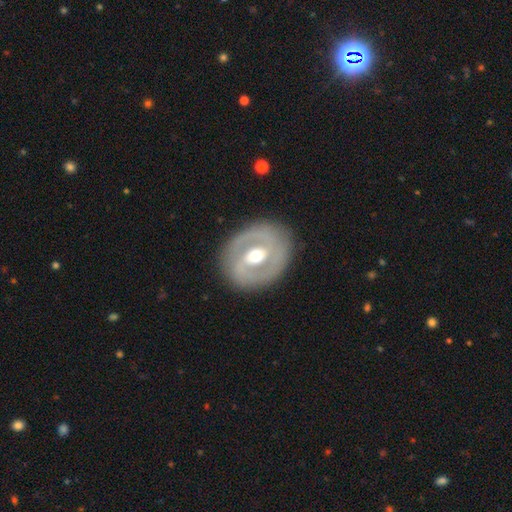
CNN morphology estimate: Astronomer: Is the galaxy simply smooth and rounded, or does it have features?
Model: featured or disk — 77%.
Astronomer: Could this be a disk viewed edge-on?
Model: no — 96%.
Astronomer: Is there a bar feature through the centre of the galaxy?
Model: weak — 43% (runner-up: strong, 31%).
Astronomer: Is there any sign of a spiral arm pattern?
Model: yes — 67%.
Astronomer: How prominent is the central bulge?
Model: moderate — 75%.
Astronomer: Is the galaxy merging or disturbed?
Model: none — 84%.